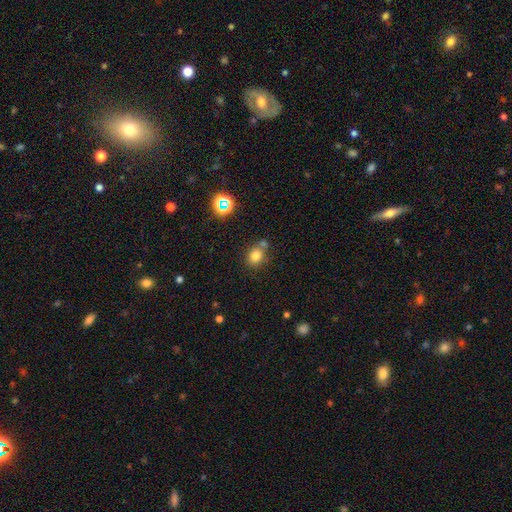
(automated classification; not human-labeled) Smooth or featured? smooth (77%)
How rounded? round (61%)
Merging? none (61%)